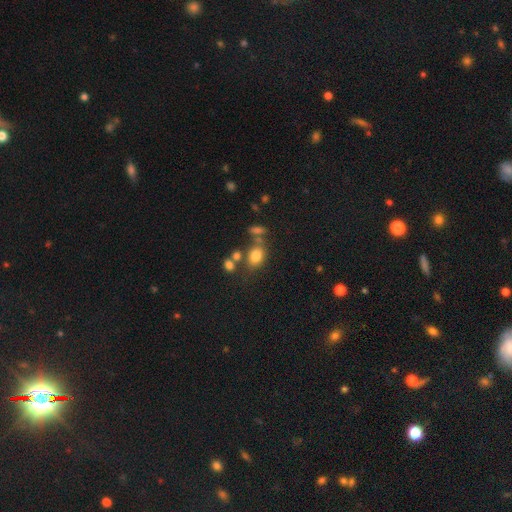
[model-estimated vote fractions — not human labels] Overall: smooth (78%). How rounded: in between (63%; round 35%). Merging: none (58%; merger 20%).